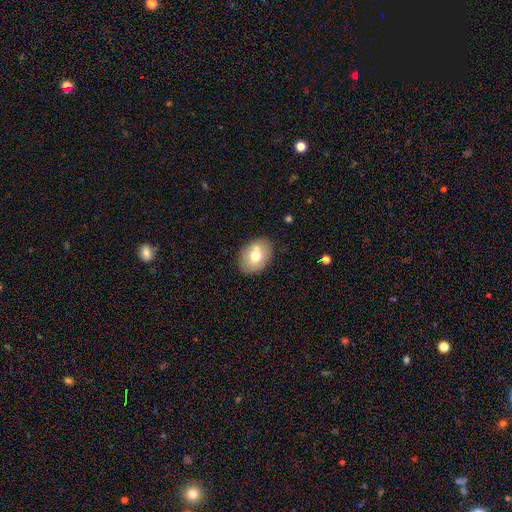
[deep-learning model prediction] Smooth or featured: smooth — 69% (featured or disk — 24%)
How rounded: in between — 74% (round — 25%)
Merging: none — 81% (minor disturbance — 13%)